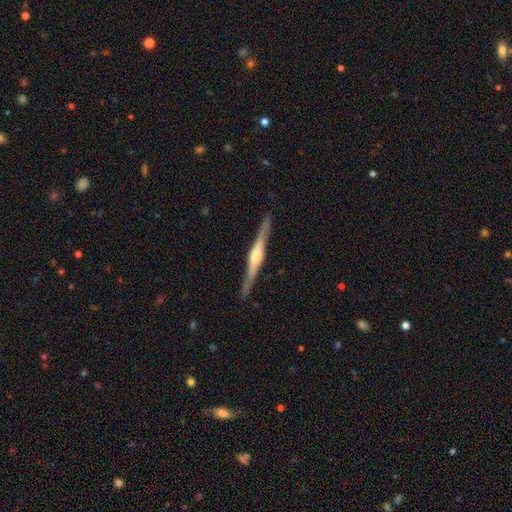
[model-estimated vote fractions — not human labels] Smooth or featured?
  - featured or disk: 76% *
  - smooth: 19%
  - star or artifact: 5%
Edge-on disk?
  - yes: 98% *
  - no: 2%
Edge-on bulge?
  - rounded: 77% *
  - boxy: 15%
  - none: 8%
Merging?
  - none: 89% *
  - minor disturbance: 8%
  - major disturbance: 2%
  - merger: 1%